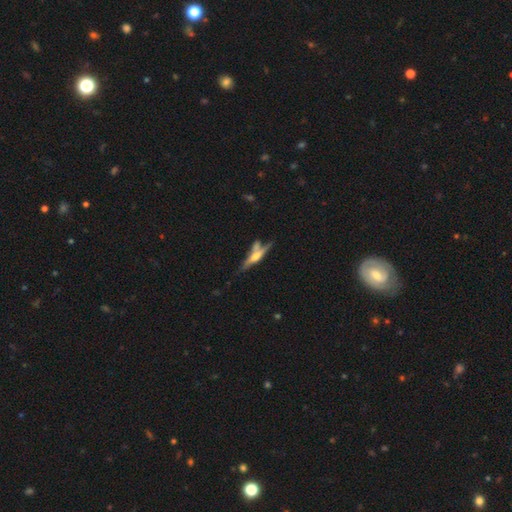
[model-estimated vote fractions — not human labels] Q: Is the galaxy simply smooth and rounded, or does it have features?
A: featured or disk — 65%.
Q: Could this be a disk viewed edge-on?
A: yes — 92%.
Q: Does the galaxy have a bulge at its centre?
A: rounded — 81%.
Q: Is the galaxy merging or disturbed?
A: none — 55%.